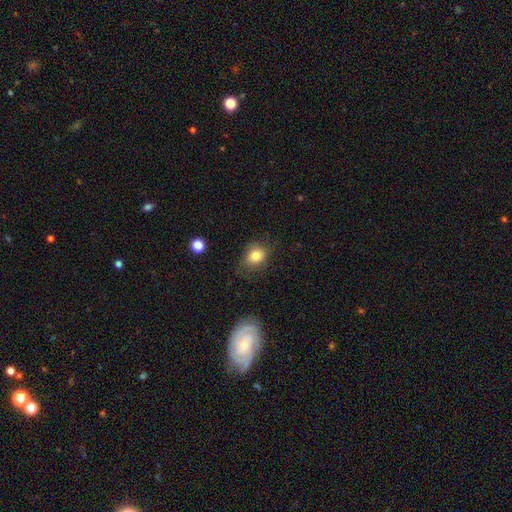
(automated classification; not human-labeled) This appears to be a smooth galaxy with no disk features (82%) that is round (54%). Merging: none (72%).